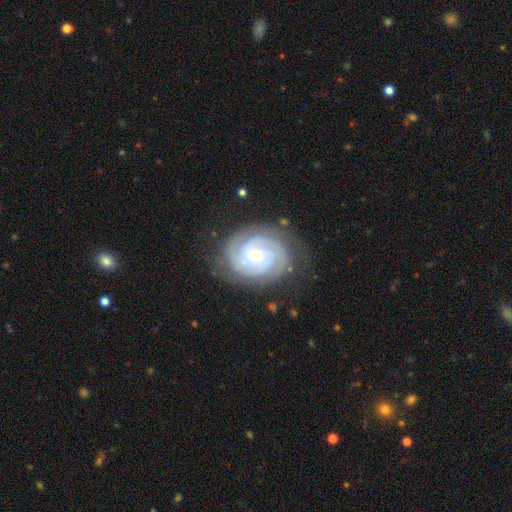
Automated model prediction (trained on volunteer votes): smooth_or_featured: featured or disk (p=0.88) [alt: smooth p=0.07]
disk_edge_on: no (p=0.98) [alt: yes p=0.02]
bar: no (p=0.59) [alt: weak p=0.34]
has_spiral_arms: yes (p=0.98) [alt: no p=0.02]
spiral_winding: tight (p=0.78) [alt: medium p=0.19]
spiral_arm_count: 3 (p=0.29) [alt: 2 p=0.28]
bulge_size: small (p=0.49) [alt: moderate p=0.48]
merging: none (p=0.77) [alt: minor disturbance p=0.16]